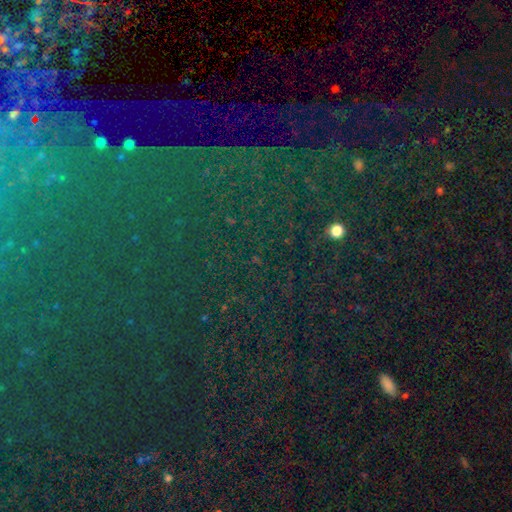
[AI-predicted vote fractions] Q: Smooth or featured?
A: star or artifact (83%); runner-up: smooth (9%)